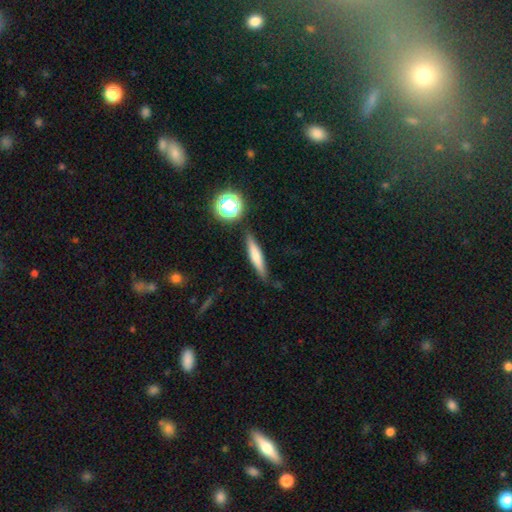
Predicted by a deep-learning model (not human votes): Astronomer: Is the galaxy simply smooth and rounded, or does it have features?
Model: smooth — 63%.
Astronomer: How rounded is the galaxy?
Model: cigar-shaped — 86%.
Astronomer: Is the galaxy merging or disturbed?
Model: none — 82%.